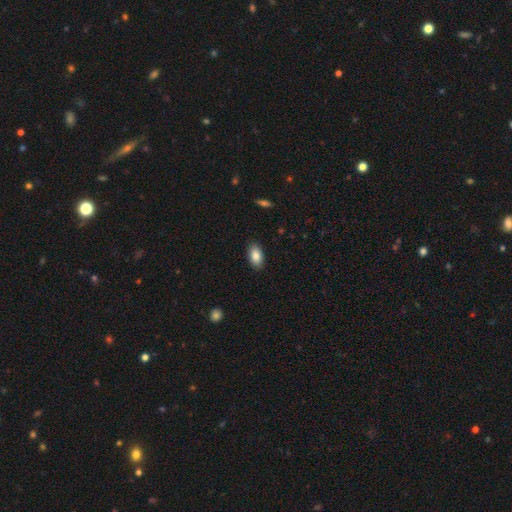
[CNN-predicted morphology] The model was most divided on "smooth or featured": smooth: 86%, star or artifact: 7%, featured or disk: 7%. More confident: how rounded — in between (92%); merging — none (88%).